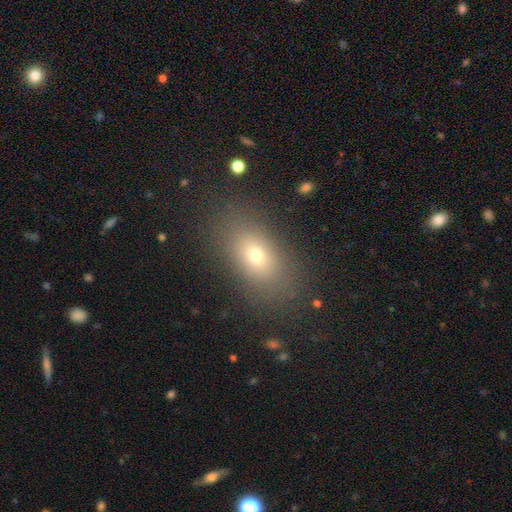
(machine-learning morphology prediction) smooth_or_featured: smooth (p=0.69) [alt: star or artifact p=0.17]
how_rounded: in between (p=0.78) [alt: round p=0.17]
merging: none (p=0.84) [alt: minor disturbance p=0.10]